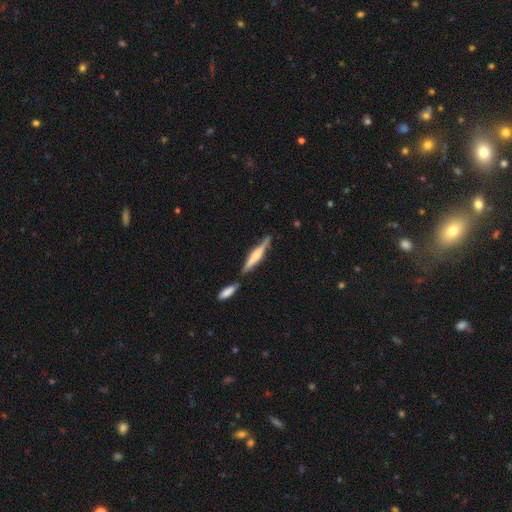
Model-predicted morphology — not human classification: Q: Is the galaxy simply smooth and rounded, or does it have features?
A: featured or disk — 57%.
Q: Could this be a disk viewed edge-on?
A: yes — 96%.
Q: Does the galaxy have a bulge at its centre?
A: rounded — 51%.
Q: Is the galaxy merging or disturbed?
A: none — 71%.